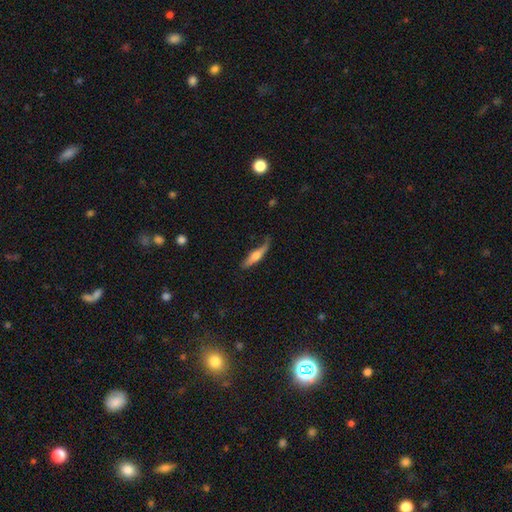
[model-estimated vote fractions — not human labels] A smooth galaxy with no disk features (48%). Merging: none (62%).